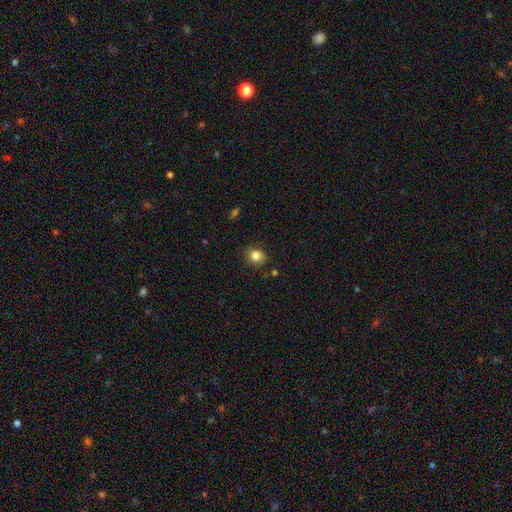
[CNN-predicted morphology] A smooth galaxy with no disk features (83%) that is round (73%).

Vote fractions:
- Smooth or featured? smooth: 83% / star or artifact: 11% / featured or disk: 6%
- How rounded? round: 73% / in between: 26% / cigar-shaped: 1%
- Merging? none: 84% / minor disturbance: 12% / major disturbance: 3% / merger: 2%